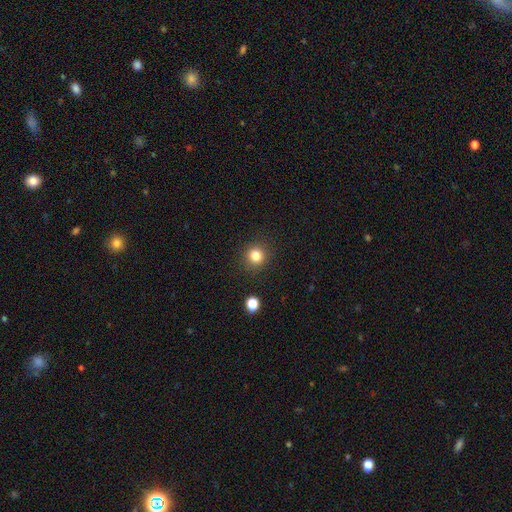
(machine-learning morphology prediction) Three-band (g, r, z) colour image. It shows a smooth galaxy with no disk features (82%) that is round (89%). Merging: none (89%).